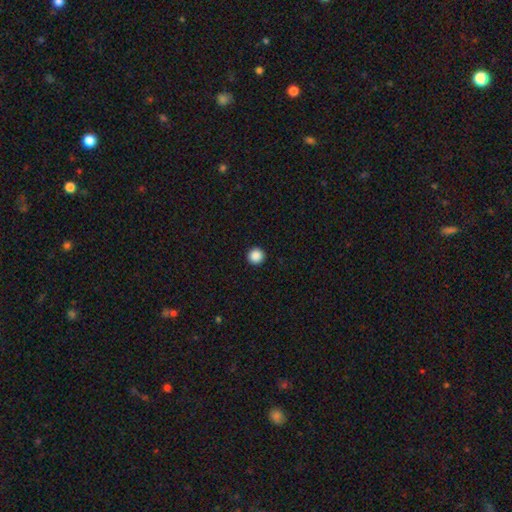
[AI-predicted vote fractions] smooth 88%, star or artifact 10%, featured or disk 2%. Down the decision tree: how rounded — round (96%); merging — none (94%).